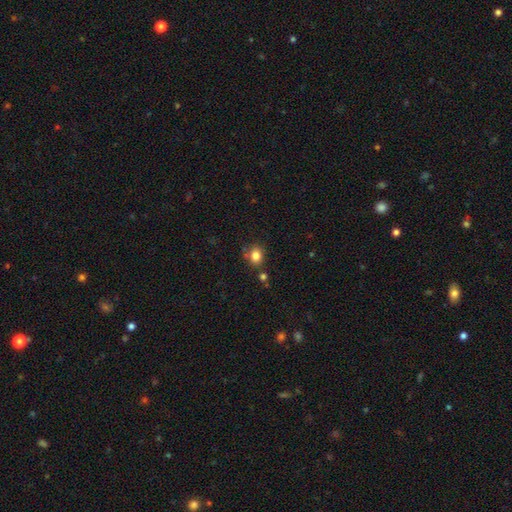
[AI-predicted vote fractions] smooth_or_featured: smooth (p=0.82) [alt: star or artifact p=0.11]
how_rounded: round (p=0.52) [alt: in between p=0.47]
merging: none (p=0.74) [alt: minor disturbance p=0.14]